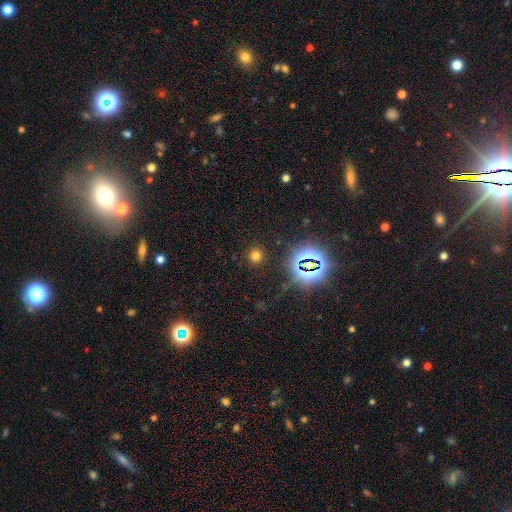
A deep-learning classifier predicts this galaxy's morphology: Q: Smooth or featured?
A: smooth (67%); runner-up: star or artifact (26%)
Q: How rounded?
A: round (89%); runner-up: in between (10%)
Q: Merging?
A: none (89%); runner-up: minor disturbance (6%)